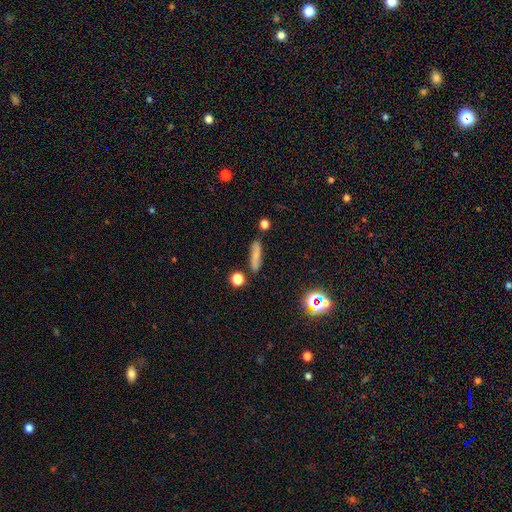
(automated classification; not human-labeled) A smooth galaxy with no disk features (69%) that is cigar-shaped (72%). Merging: none (78%).